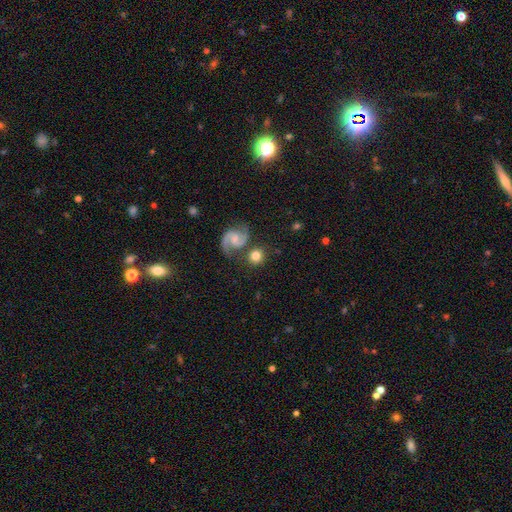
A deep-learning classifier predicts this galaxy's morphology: Smooth or featured: smooth — 54% (featured or disk — 37%)
How rounded: round — 89% (in between — 10%)
Merging: none — 74% (merger — 12%)